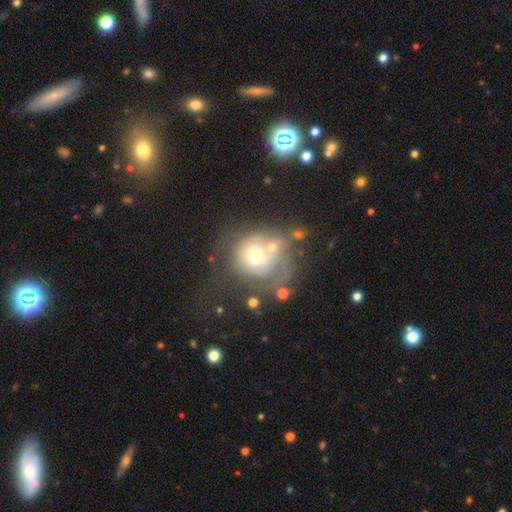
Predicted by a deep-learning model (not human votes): This appears to be a featured or disk galaxy (49%). Merging: none (35%).